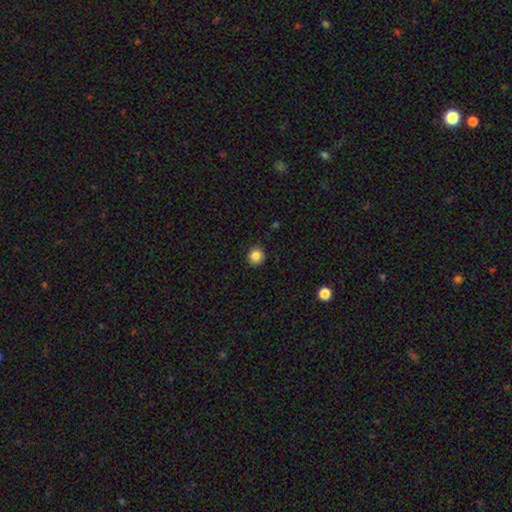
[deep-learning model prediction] This appears to be a smooth galaxy with no disk features (85%) that is round (91%). Merging: none (91%).